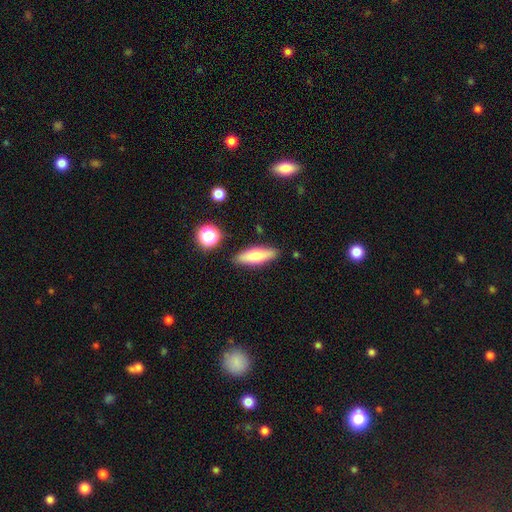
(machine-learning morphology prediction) smooth_or_featured: smooth (p=0.67) [alt: featured or disk p=0.25]
how_rounded: in between (p=0.49) [alt: cigar-shaped p=0.48]
merging: none (p=0.85) [alt: minor disturbance p=0.10]